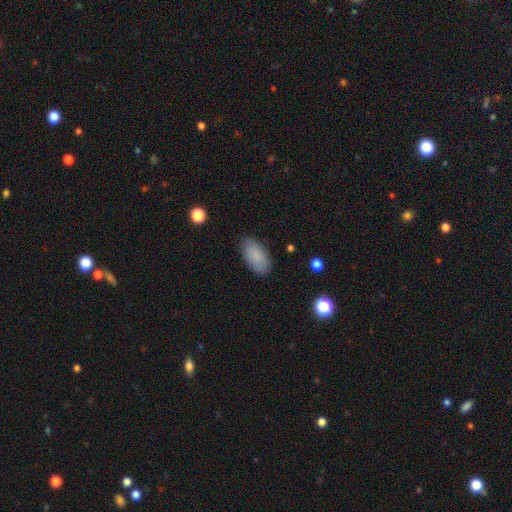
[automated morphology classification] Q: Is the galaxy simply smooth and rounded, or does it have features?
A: smooth — 87%.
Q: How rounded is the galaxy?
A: in between — 94%.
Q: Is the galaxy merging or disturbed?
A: none — 85%.